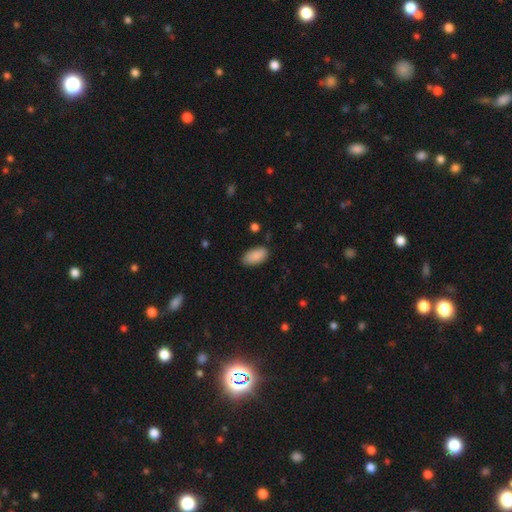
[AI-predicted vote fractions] Smooth or featured?
  - smooth: 89% *
  - star or artifact: 6%
  - featured or disk: 5%
How rounded?
  - in between: 94% *
  - cigar-shaped: 3%
  - round: 3%
Merging?
  - none: 83% *
  - minor disturbance: 13%
  - major disturbance: 3%
  - merger: 1%